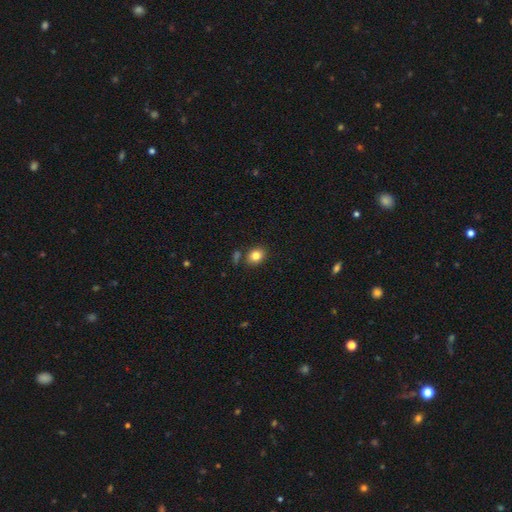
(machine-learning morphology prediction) Smooth or featured? Predicted: smooth (p=0.83). How rounded? Predicted: round (p=0.56). Merging? Predicted: none (p=0.79).